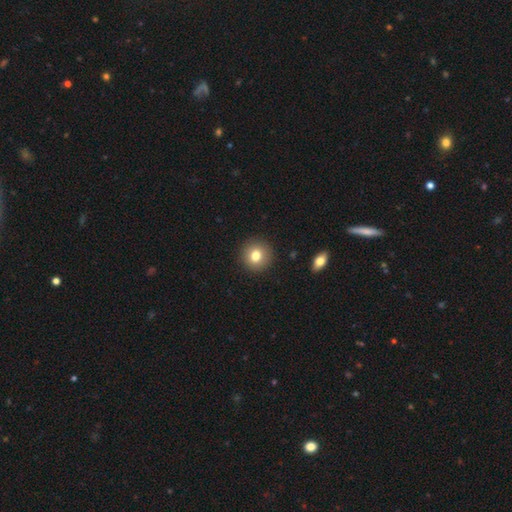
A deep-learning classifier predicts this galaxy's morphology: Q: Smooth or featured?
A: smooth (78%); runner-up: featured or disk (11%)
Q: How rounded?
A: round (93%); runner-up: in between (6%)
Q: Merging?
A: none (92%); runner-up: minor disturbance (5%)